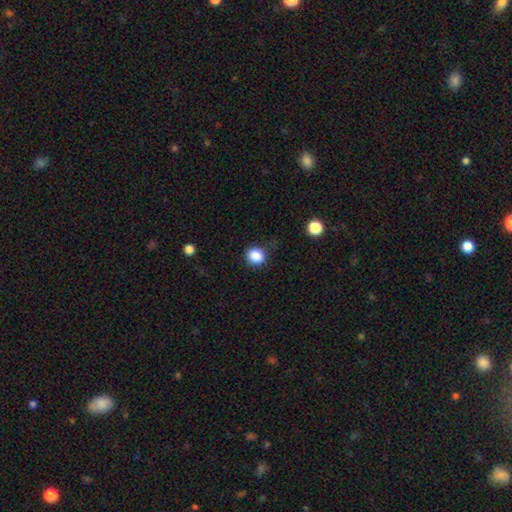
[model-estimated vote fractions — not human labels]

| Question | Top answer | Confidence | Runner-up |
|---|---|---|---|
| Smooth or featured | smooth | 87% | star or artifact (10%) |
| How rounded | round | 81% | in between (18%) |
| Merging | none | 78% | minor disturbance (16%) |